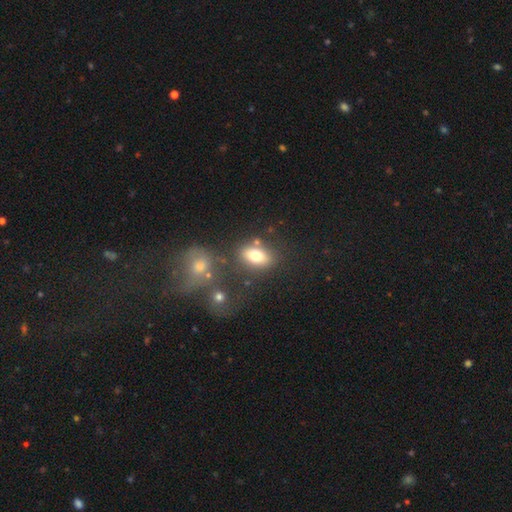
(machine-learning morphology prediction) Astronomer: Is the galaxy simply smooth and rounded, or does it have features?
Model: smooth — 74%.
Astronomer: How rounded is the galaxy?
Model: in between — 79%.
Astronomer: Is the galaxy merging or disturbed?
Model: none — 71%.